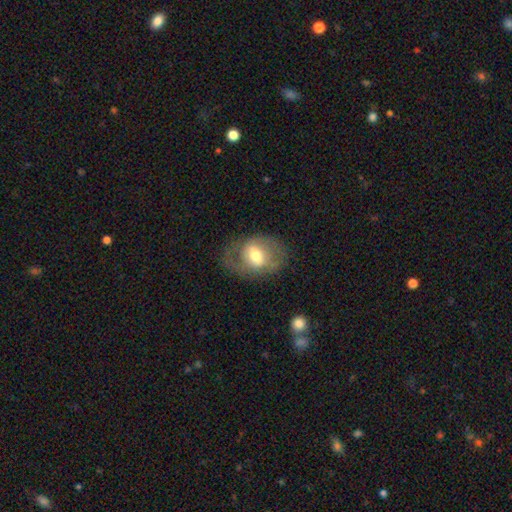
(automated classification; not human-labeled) Morphology: type=smooth (47%); merging=none (63%).